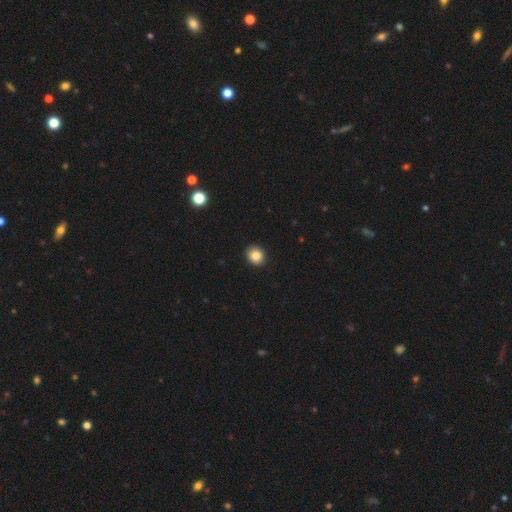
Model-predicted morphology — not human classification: Smooth or featured?
  - smooth: 86% *
  - star or artifact: 9%
  - featured or disk: 5%
How rounded?
  - round: 73% *
  - in between: 26%
  - cigar-shaped: 1%
Merging?
  - none: 91% *
  - minor disturbance: 6%
  - major disturbance: 2%
  - merger: 1%